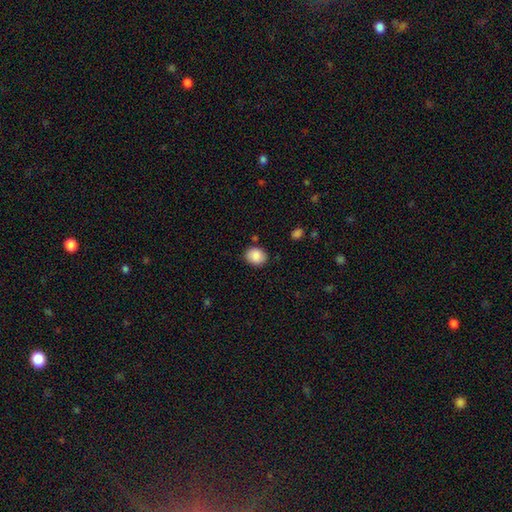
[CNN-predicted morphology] smooth-or-featured: smooth: 88% | star or artifact: 8% | featured or disk: 4%
  how-rounded: round: 56% | in between: 44% | cigar-shaped: 1%
  merging: none: 84% | minor disturbance: 11% | major disturbance: 3% | merger: 2%